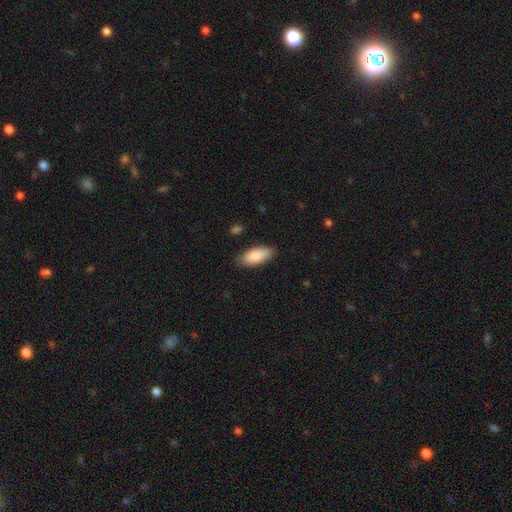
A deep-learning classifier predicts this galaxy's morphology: A smooth galaxy with no disk features (87%) that is in between round and cigar-shaped (89%). Merging: none (82%).